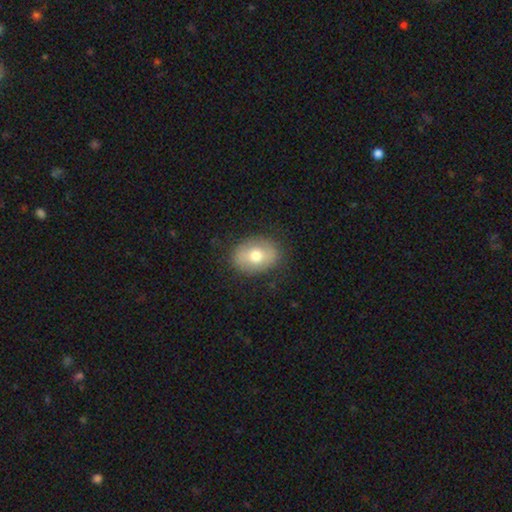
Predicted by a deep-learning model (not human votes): A smooth galaxy with no disk features (65%) that is in between round and cigar-shaped (69%).

Vote fractions:
- Smooth or featured? smooth: 65% / featured or disk: 27% / star or artifact: 7%
- How rounded? in between: 69% / round: 30% / cigar-shaped: 1%
- Merging? none: 84% / minor disturbance: 11% / major disturbance: 3% / merger: 1%